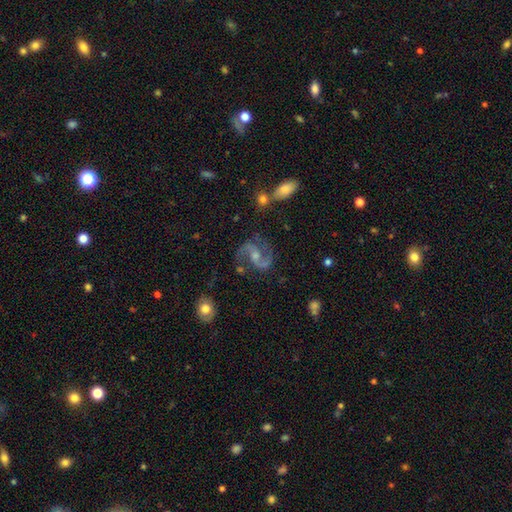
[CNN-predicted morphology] This is clearly a featured or disk galaxy (89%). It is clearly not viewed edge-on (97%). Bar: possibly weak (46%). Spiral arm pattern: clearly yes (97%). Spiral arm count: clearly 2 (93%). Spiral winding: possibly medium (58%). Central bulge: possibly moderate (48%). Merging: likely none (75%).